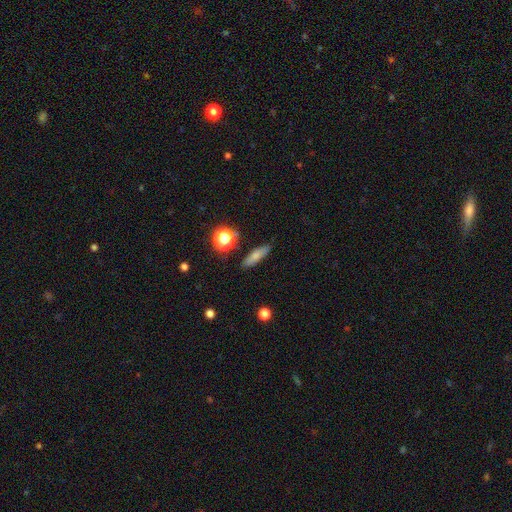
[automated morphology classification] Smooth or featured? Predicted: smooth (p=0.73). How rounded? Predicted: cigar-shaped (p=0.60). Merging? Predicted: none (p=0.85).